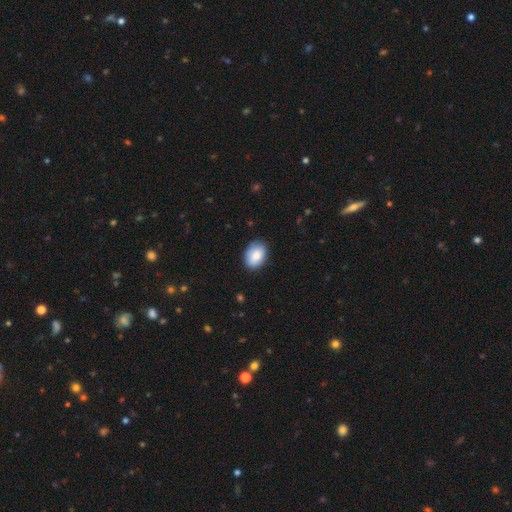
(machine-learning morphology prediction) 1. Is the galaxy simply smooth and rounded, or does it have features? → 85% smooth, 9% featured or disk, 7% star or artifact.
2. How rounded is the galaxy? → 84% in between, 15% round, 1% cigar-shaped.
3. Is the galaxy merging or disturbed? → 84% none, 12% minor disturbance, 2% major disturbance, 1% merger.